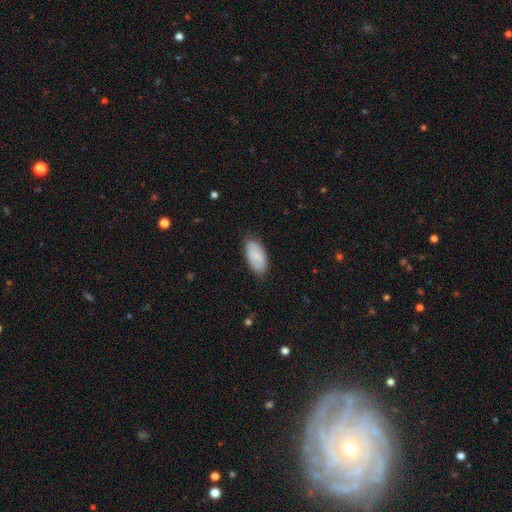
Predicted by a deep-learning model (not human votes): The model was most divided on "smooth or featured": smooth: 63%, featured or disk: 31%, star or artifact: 6%. More confident: how rounded — in between (93%); merging — none (81%).